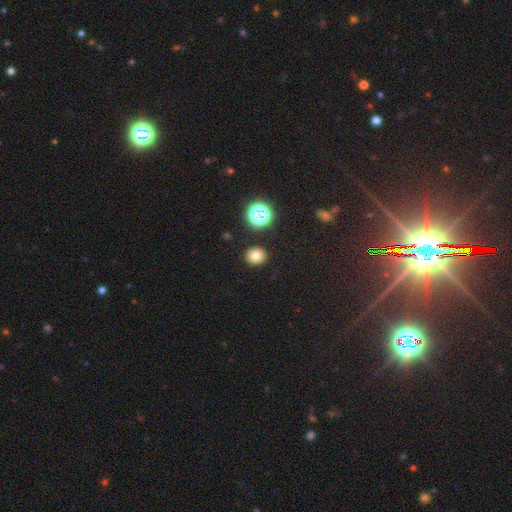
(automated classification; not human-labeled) Q: Smooth or featured?
A: smooth (78%); runner-up: star or artifact (16%)
Q: How rounded?
A: round (72%); runner-up: in between (27%)
Q: Merging?
A: none (89%); runner-up: minor disturbance (7%)